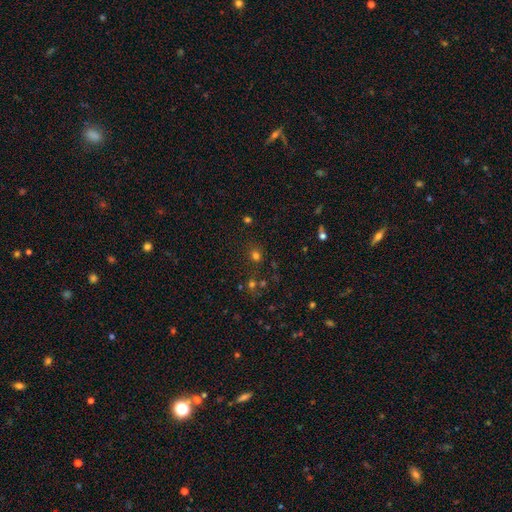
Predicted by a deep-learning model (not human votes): A smooth galaxy with no disk features (67%) that is round (81%).

Vote fractions:
- Smooth or featured? smooth: 67% / star or artifact: 26% / featured or disk: 6%
- How rounded? round: 81% / in between: 18% / cigar-shaped: 1%
- Merging? none: 78% / minor disturbance: 10% / merger: 8% / major disturbance: 4%